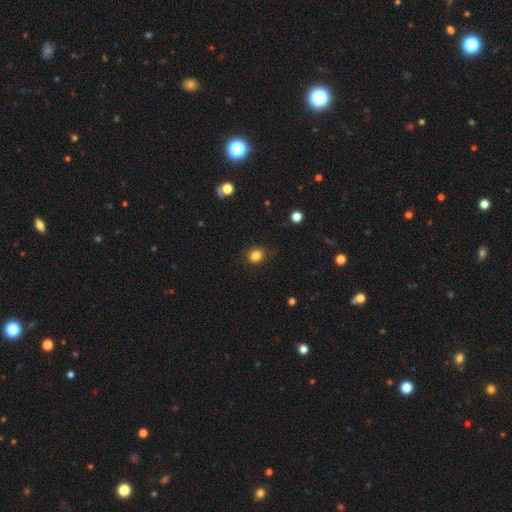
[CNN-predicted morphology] type=smooth (83%); roundness=round (80%); merging=none (84%).